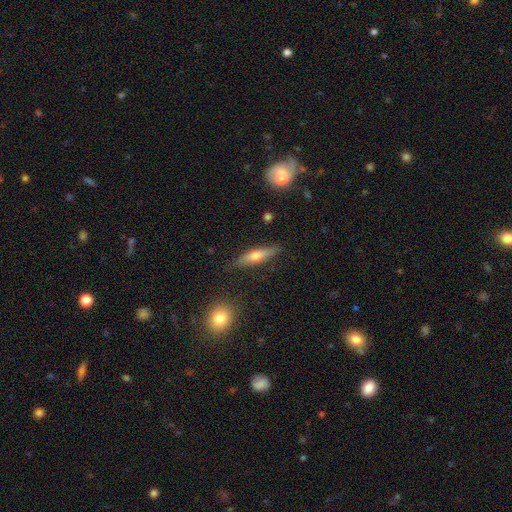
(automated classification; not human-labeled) The model was most divided on "smooth or featured": smooth: 48%, featured or disk: 45%, star or artifact: 7%. More confident: merging — none (85%).